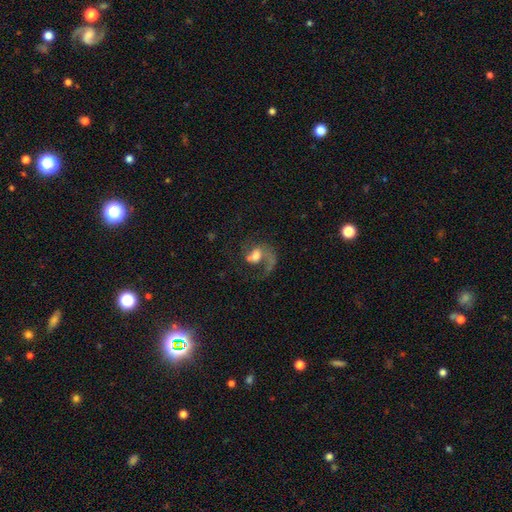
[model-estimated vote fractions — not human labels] Q: Smooth or featured?
A: featured or disk (71%); runner-up: smooth (20%)
Q: Edge-on disk?
A: no (98%); runner-up: yes (2%)
Q: Bar?
A: no (54%); runner-up: weak (36%)
Q: Spiral arms?
A: yes (89%); runner-up: no (11%)
Q: Spiral winding?
A: loose (52%); runner-up: medium (37%)
Q: Spiral arm count?
A: 1 (69%); runner-up: 2 (24%)
Q: Bulge size?
A: moderate (45%); runner-up: large (29%)
Q: Merging?
A: major disturbance (38%); tied with: none (38%)